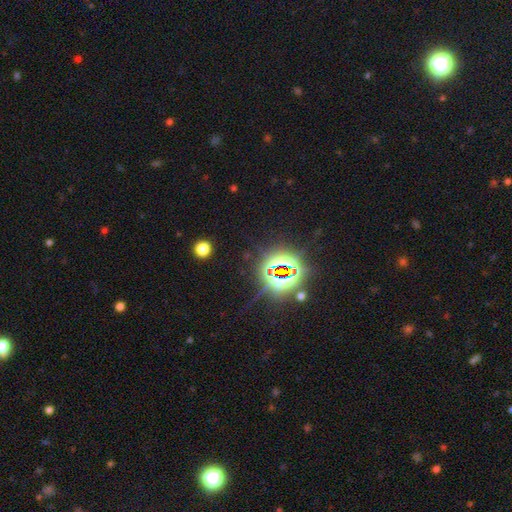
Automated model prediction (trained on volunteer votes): Q: Smooth or featured?
A: star or artifact (79%); runner-up: smooth (13%)